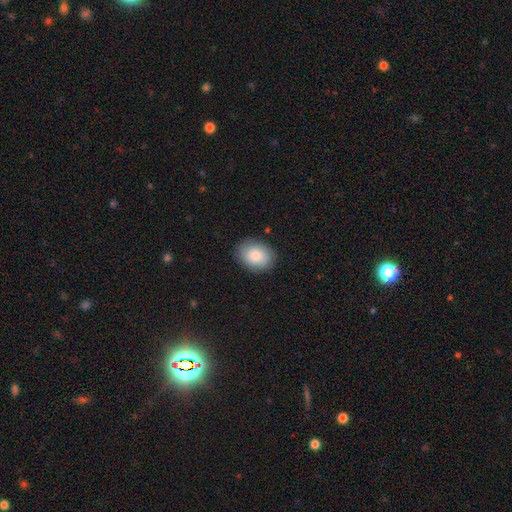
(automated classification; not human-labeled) smooth-or-featured: smooth: 85% | featured or disk: 8% | star or artifact: 7%
  how-rounded: in between: 68% | round: 31% | cigar-shaped: 1%
  merging: none: 87% | minor disturbance: 10% | major disturbance: 3% | merger: 1%